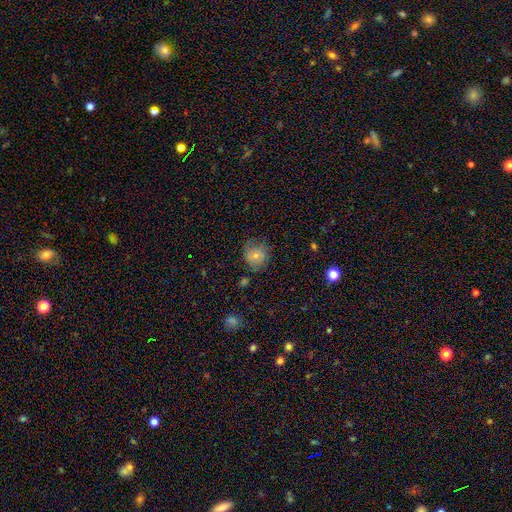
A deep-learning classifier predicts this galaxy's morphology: The model was most divided on "merging": none: 68%, minor disturbance: 22%, major disturbance: 7%, merger: 2%. More confident: how rounded — round (82%); smooth or featured — smooth (75%).